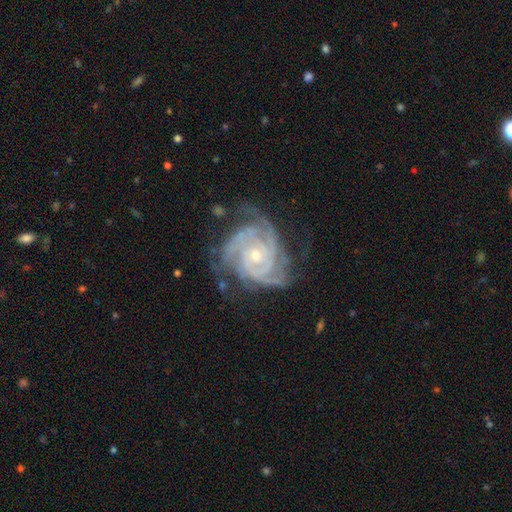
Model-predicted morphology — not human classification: Overall: featured or disk (91%). Edge-on disk: no (98%). Bar: no (73%). Spiral arms: yes (98%). Spiral arm count: 3 (33%; 4 23%). Spiral winding: tight (72%). Bulge size: small (57%; moderate 40%). Merging: none (64%).